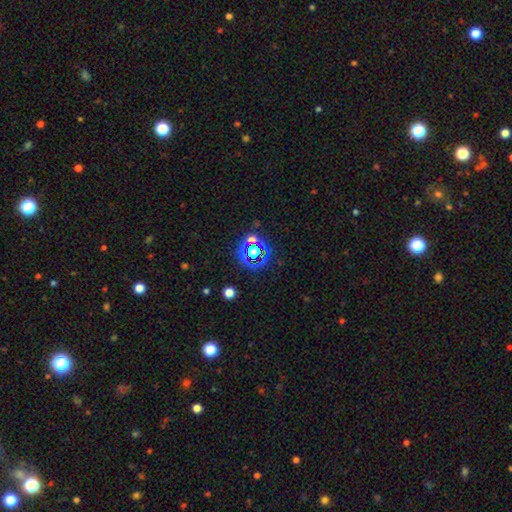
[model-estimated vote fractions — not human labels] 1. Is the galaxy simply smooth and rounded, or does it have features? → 65% star or artifact, 24% smooth, 11% featured or disk.